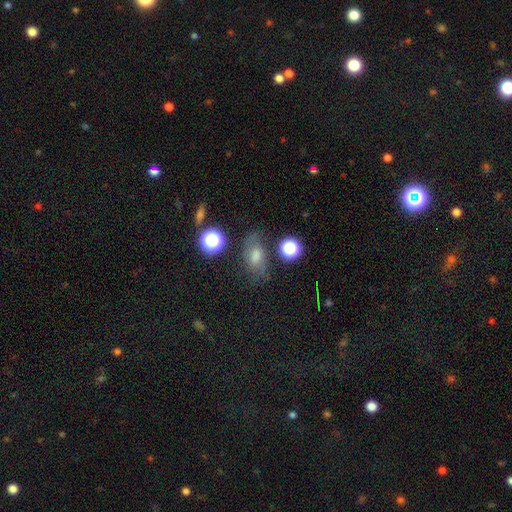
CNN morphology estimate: A smooth galaxy with no disk features (52%) that is in between round and cigar-shaped (72%). Merging: none (64%).